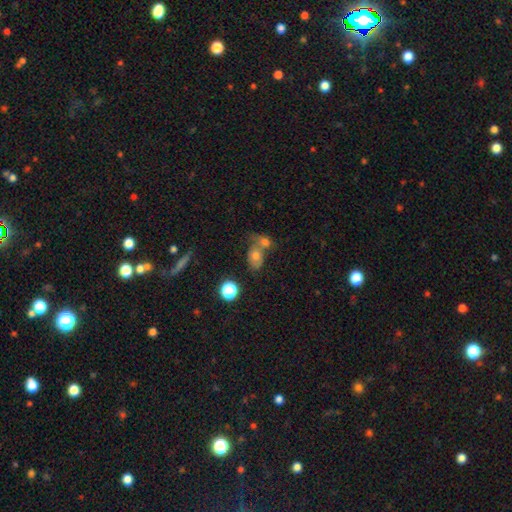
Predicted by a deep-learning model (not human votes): The model was most divided on "merging": merger: 47%, none: 35%, minor disturbance: 11%, major disturbance: 7%. More confident: smooth or featured — smooth (64%); how rounded — in between (61%).